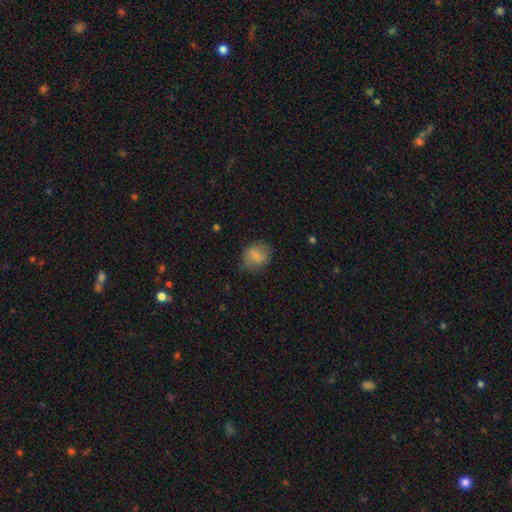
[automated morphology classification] smooth-or-featured: smooth: 67% | featured or disk: 26% | star or artifact: 8%
  how-rounded: round: 73% | in between: 26% | cigar-shaped: 1%
  merging: none: 77% | minor disturbance: 17% | major disturbance: 5% | merger: 1%